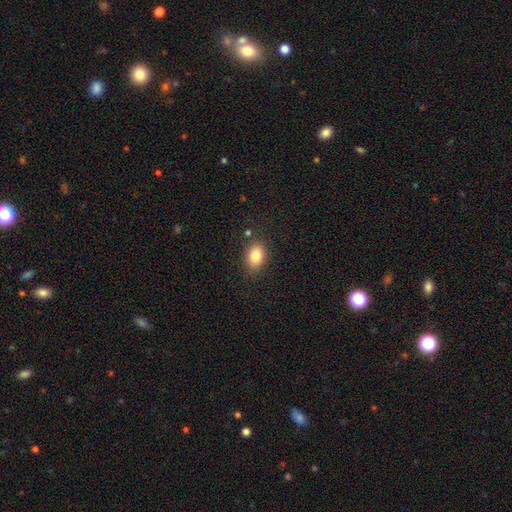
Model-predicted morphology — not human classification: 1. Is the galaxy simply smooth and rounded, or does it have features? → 84% smooth, 9% star or artifact, 8% featured or disk.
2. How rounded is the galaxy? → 79% in between, 20% round, 1% cigar-shaped.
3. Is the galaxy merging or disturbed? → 82% none, 11% minor disturbance, 3% merger, 3% major disturbance.